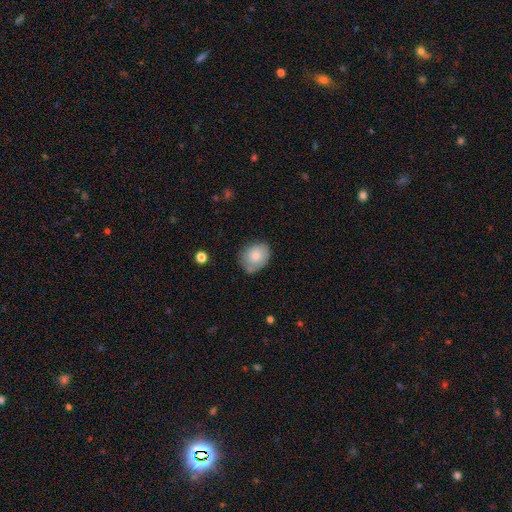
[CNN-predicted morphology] smooth_or_featured: smooth (p=0.75) [alt: featured or disk p=0.18]
how_rounded: in between (p=0.59) [alt: round p=0.40]
merging: none (p=0.64) [alt: minor disturbance p=0.27]